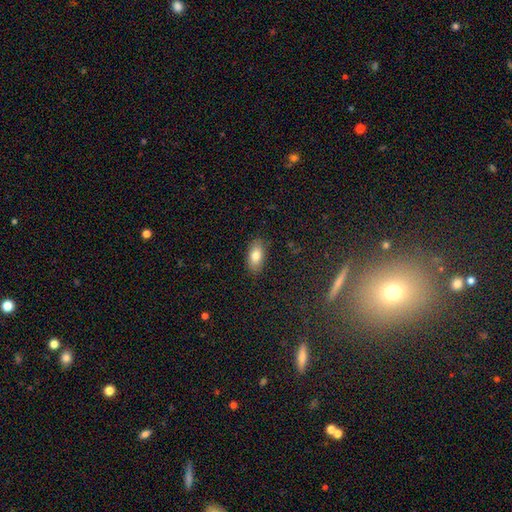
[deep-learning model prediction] The model was most divided on "smooth or featured": smooth: 80%, featured or disk: 13%, star or artifact: 8%. More confident: how rounded — in between (91%); merging — none (86%).